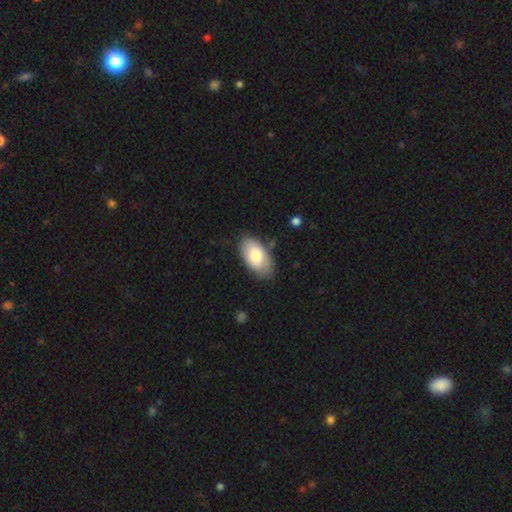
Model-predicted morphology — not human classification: Smooth or featured? Predicted: smooth (p=0.76). How rounded? Predicted: in between (p=0.95). Merging? Predicted: none (p=0.78).